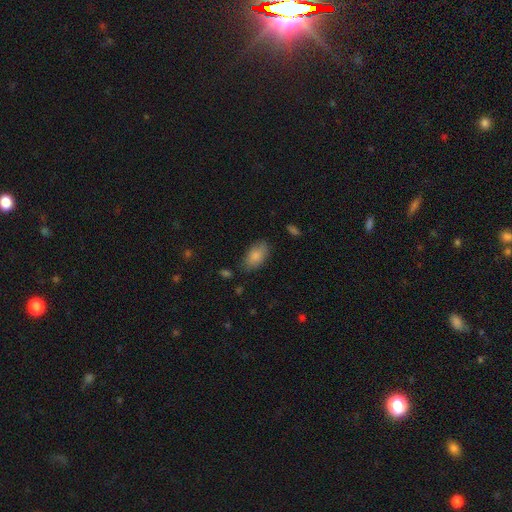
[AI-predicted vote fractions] Overall: smooth (85%). How rounded: in between (93%). Merging: none (78%).